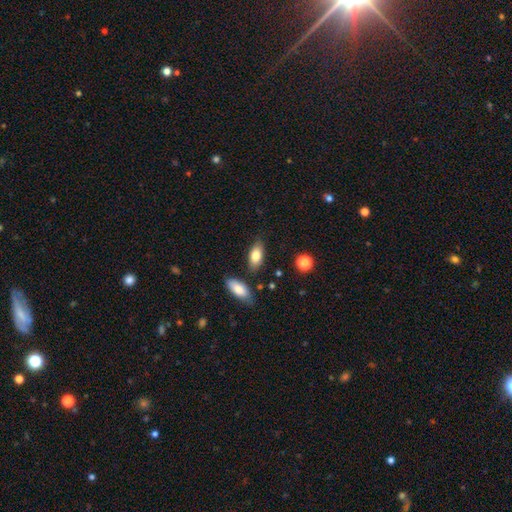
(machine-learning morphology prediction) This is clearly a smooth galaxy (81%). How rounded: clearly in between (88%). Merging: likely none (77%).